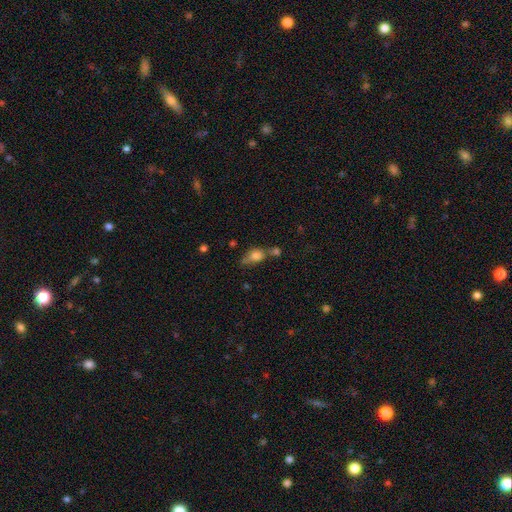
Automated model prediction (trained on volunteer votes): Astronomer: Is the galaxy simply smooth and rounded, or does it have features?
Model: smooth — 68%.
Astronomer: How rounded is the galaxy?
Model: in between — 61%.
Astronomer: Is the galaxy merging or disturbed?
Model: none — 33% (runner-up: merger, 32%).